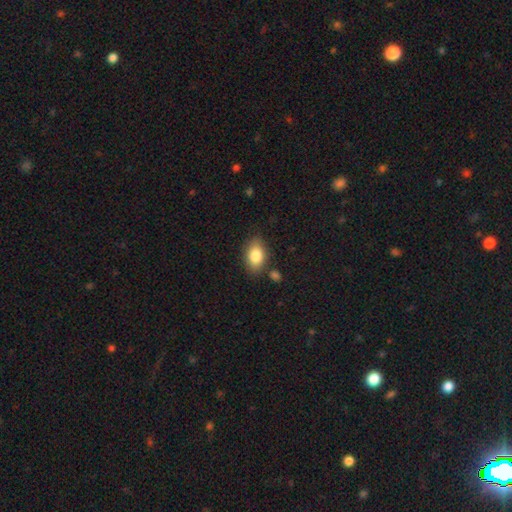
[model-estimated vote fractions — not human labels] smooth-or-featured: smooth: 83% | featured or disk: 10% | star or artifact: 7%
  how-rounded: in between: 87% | round: 11% | cigar-shaped: 2%
  merging: none: 79% | minor disturbance: 13% | merger: 4% | major disturbance: 3%